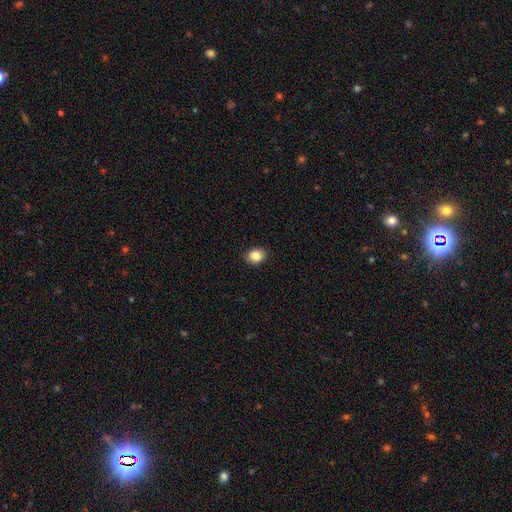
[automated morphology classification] Smooth or featured: smooth — 85% (star or artifact — 9%)
How rounded: round — 50% (in between — 49%)
Merging: none — 90% (minor disturbance — 7%)